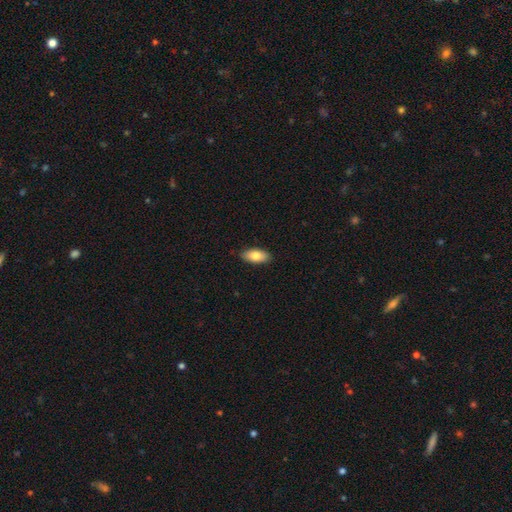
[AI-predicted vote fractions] Smooth or featured?
  - smooth: 81% *
  - featured or disk: 13%
  - star or artifact: 6%
How rounded?
  - in between: 89% *
  - cigar-shaped: 9%
  - round: 2%
Merging?
  - none: 88% *
  - minor disturbance: 9%
  - major disturbance: 2%
  - merger: 1%